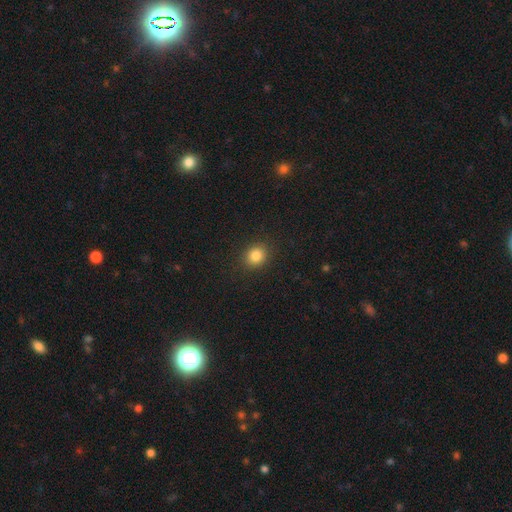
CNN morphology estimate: Overall: smooth (84%). How rounded: round (72%). Merging: none (89%).